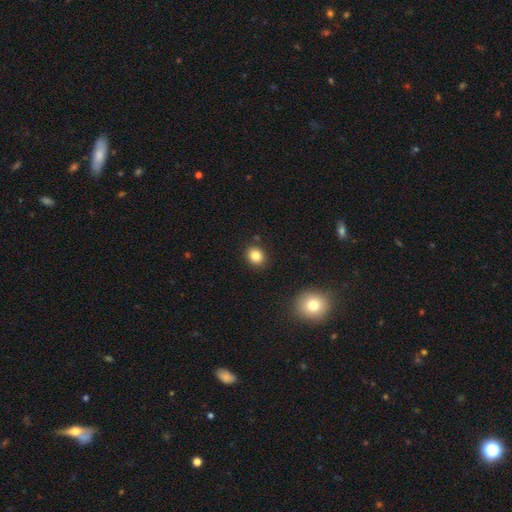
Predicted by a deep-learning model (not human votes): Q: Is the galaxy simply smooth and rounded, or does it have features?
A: smooth — 83%.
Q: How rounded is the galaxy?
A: round — 70%.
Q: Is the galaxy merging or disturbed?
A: none — 88%.